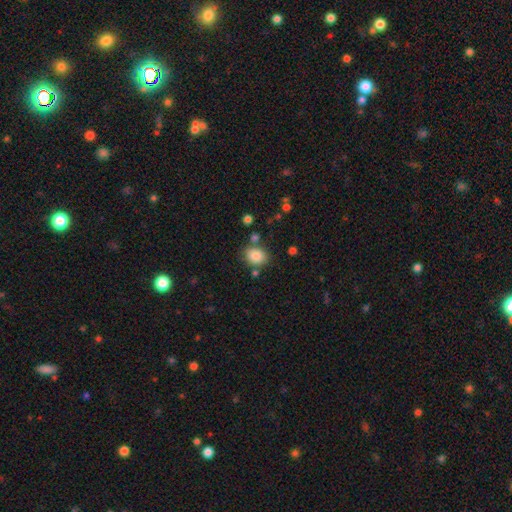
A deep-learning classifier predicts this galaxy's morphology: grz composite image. It shows a smooth galaxy with no disk features (84%) that is round (54%). Merging: none (74%).